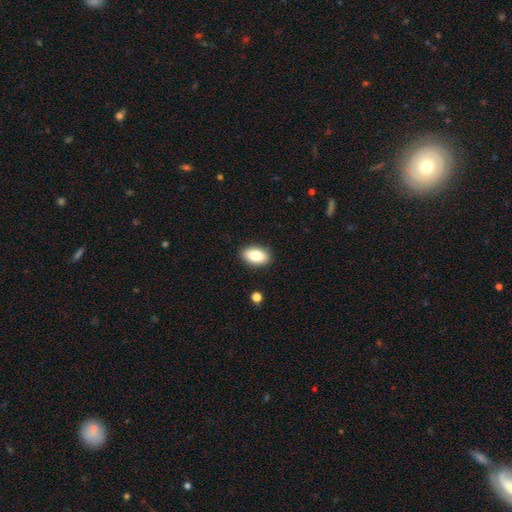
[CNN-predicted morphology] smooth-or-featured: smooth: 83% | featured or disk: 10% | star or artifact: 7%
  how-rounded: in between: 91% | round: 7% | cigar-shaped: 2%
  merging: none: 89% | minor disturbance: 8% | major disturbance: 2% | merger: 1%